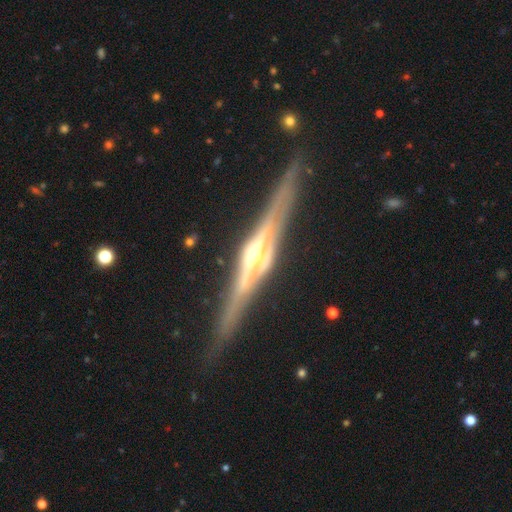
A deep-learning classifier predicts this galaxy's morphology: Smooth or featured?
  - featured or disk: 89% *
  - smooth: 6%
  - star or artifact: 6%
Edge-on disk?
  - yes: 98% *
  - no: 2%
Edge-on bulge?
  - rounded: 74% *
  - boxy: 20%
  - none: 6%
Merging?
  - none: 89% *
  - minor disturbance: 8%
  - major disturbance: 2%
  - merger: 1%